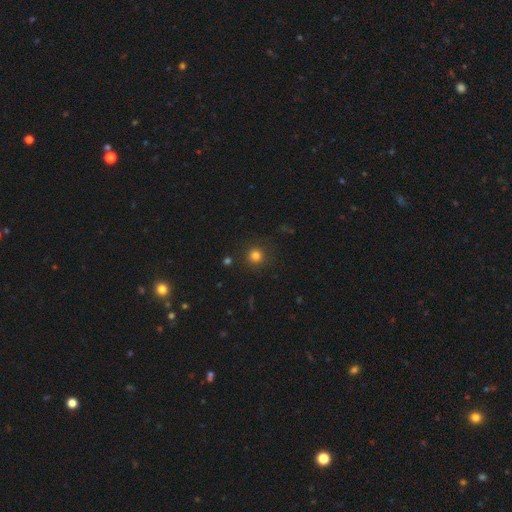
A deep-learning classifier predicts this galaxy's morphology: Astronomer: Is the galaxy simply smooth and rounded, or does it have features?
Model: smooth — 80%.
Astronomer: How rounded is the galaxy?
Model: round — 94%.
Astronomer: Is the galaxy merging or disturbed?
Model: none — 88%.